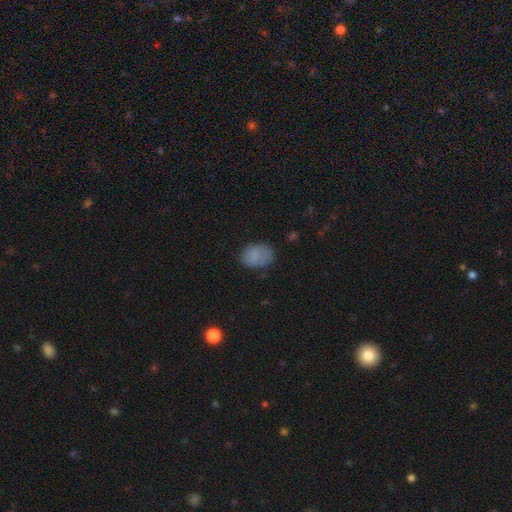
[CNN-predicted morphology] Smooth or featured?
  - smooth: 82% *
  - star or artifact: 10%
  - featured or disk: 8%
How rounded?
  - in between: 73% *
  - round: 26%
  - cigar-shaped: 1%
Merging?
  - none: 65% *
  - minor disturbance: 26%
  - major disturbance: 8%
  - merger: 2%